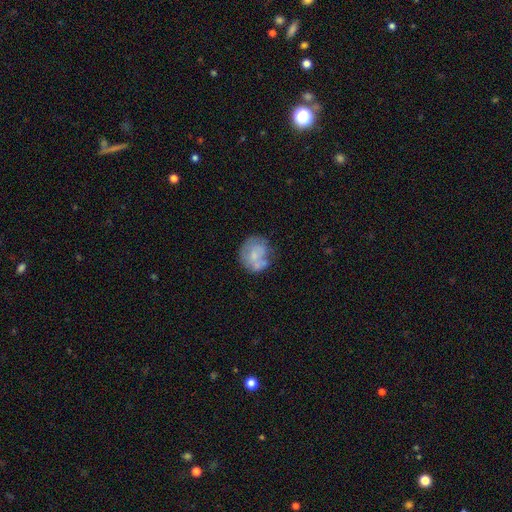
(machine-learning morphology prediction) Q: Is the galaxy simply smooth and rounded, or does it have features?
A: smooth — 52%.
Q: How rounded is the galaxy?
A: round — 70%.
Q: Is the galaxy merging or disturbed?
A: none — 48%.